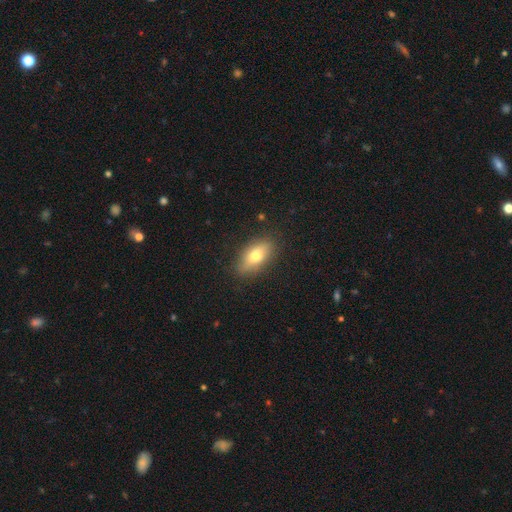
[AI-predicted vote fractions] This appears to be a smooth galaxy with no disk features (71%) that is in between round and cigar-shaped (85%). Merging: none (84%).